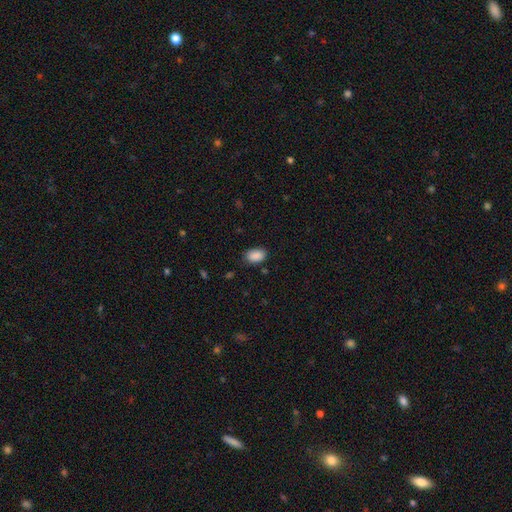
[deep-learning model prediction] This is clearly a smooth galaxy (89%). How rounded: clearly in between (89%). Merging: clearly none (83%).